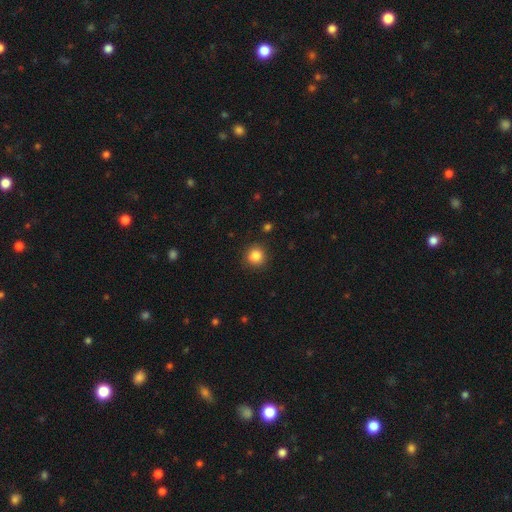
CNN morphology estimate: Overall: smooth (86%). How rounded: round (91%). Merging: none (89%).